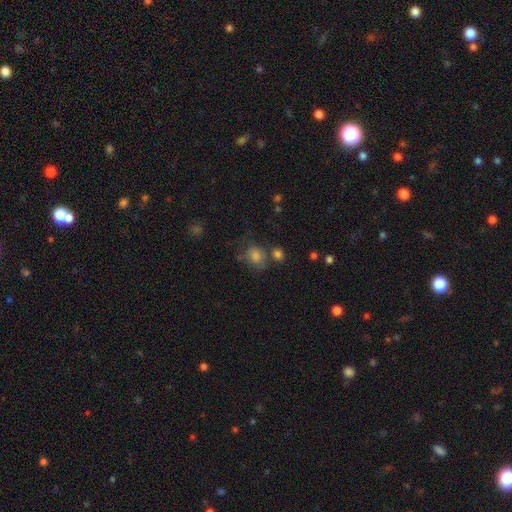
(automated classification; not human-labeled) smooth_or_featured: smooth (p=0.66) [alt: star or artifact p=0.18]
how_rounded: round (p=0.59) [alt: in between p=0.40]
merging: none (p=0.57) [alt: minor disturbance p=0.19]